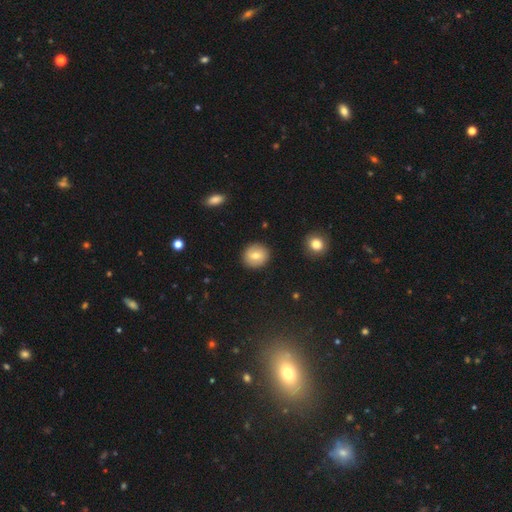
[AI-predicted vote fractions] The model was most divided on "smooth or featured": smooth: 69%, featured or disk: 22%, star or artifact: 9%. More confident: merging — none (89%); how rounded — round (85%).